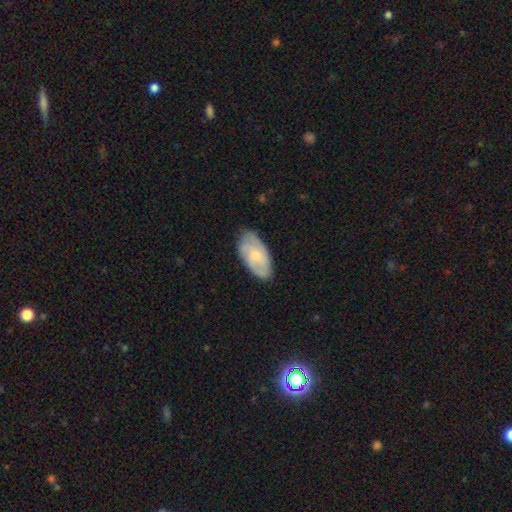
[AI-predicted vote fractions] Smooth or featured? Predicted: featured or disk (p=0.50). Merging? Predicted: none (p=0.76).